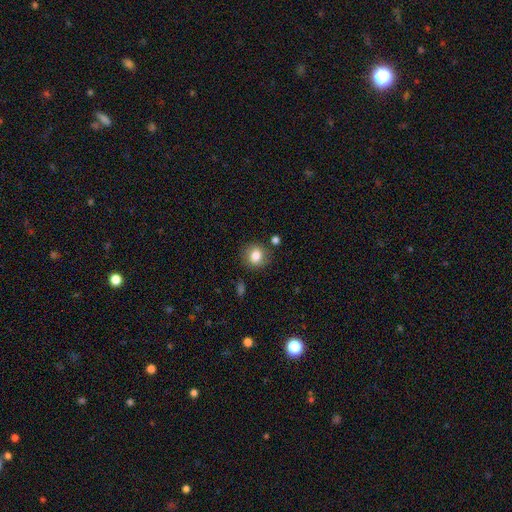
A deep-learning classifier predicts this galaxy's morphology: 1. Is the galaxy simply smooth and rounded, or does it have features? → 81% smooth, 10% star or artifact, 9% featured or disk.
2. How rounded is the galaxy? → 82% round, 17% in between, 1% cigar-shaped.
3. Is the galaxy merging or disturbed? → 83% none, 11% minor disturbance, 3% merger, 3% major disturbance.